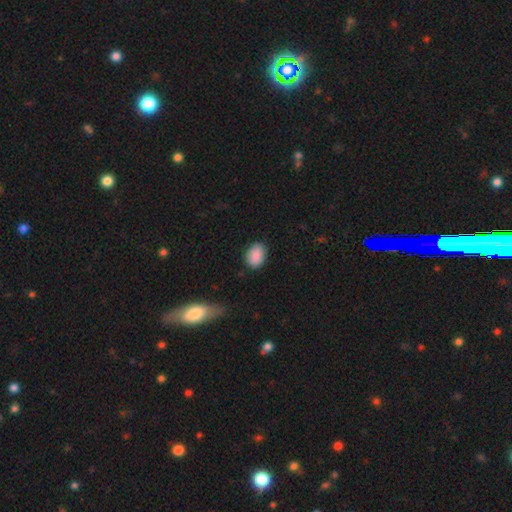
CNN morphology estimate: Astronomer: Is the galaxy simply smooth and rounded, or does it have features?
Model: smooth — 89%.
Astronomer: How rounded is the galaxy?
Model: in between — 74%.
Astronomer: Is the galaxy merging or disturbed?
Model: none — 82%.